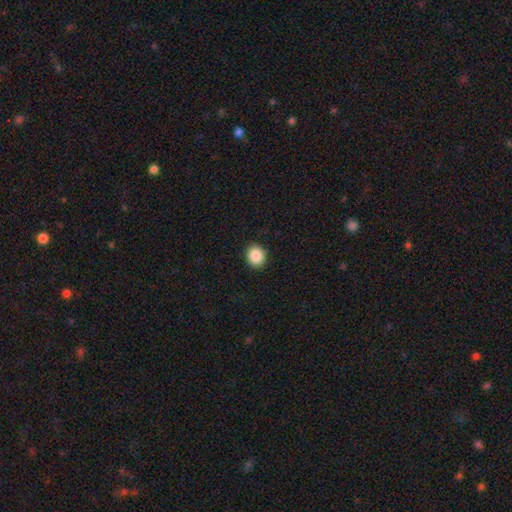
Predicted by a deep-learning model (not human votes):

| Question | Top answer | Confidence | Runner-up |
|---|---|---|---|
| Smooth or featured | smooth | 88% | star or artifact (9%) |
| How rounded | round | 72% | in between (27%) |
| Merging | none | 91% | minor disturbance (6%) |